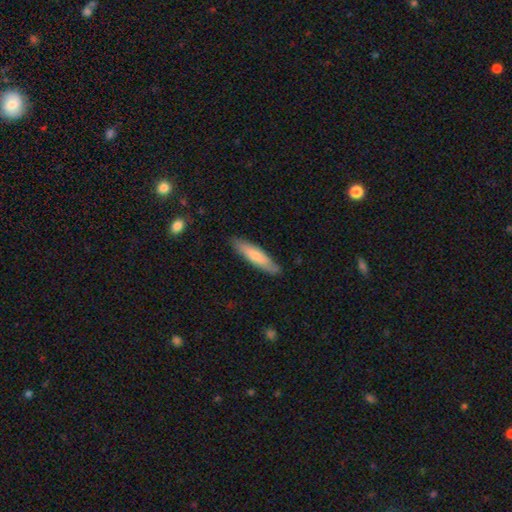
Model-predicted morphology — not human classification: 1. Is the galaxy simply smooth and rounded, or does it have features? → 72% smooth, 23% featured or disk, 5% star or artifact.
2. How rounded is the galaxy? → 79% cigar-shaped, 20% in between, 1% round.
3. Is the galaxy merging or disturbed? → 84% none, 13% minor disturbance, 2% major disturbance, 1% merger.